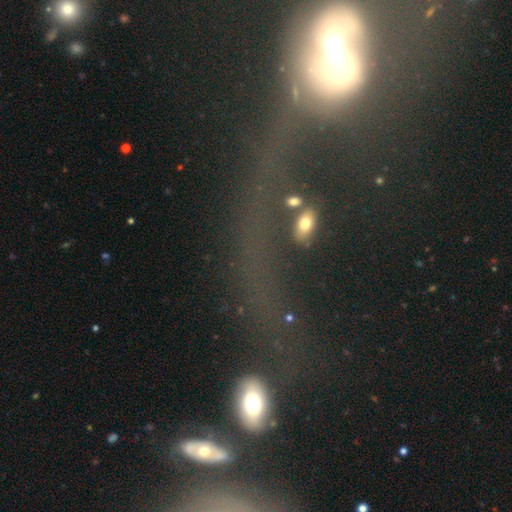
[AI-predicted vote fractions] This is marginally a smooth galaxy (41%). Merging: marginally major disturbance (33%).